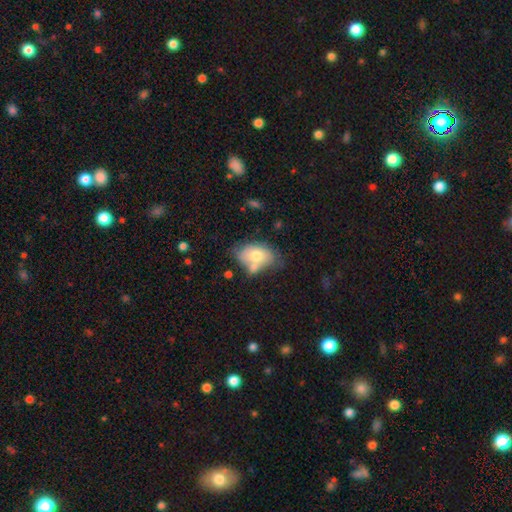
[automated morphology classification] This is likely a smooth galaxy (66%). How rounded: clearly in between (84%). Merging: marginally none (40%).